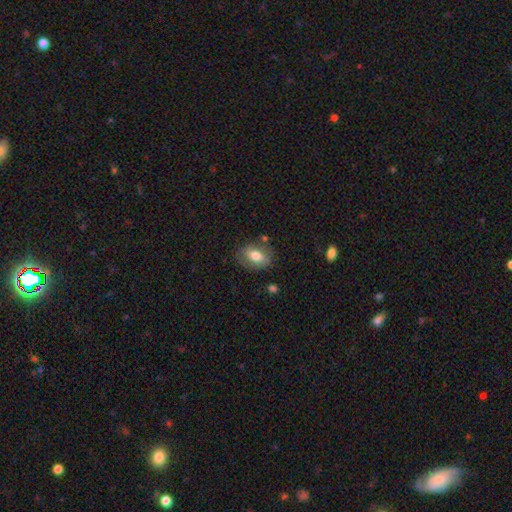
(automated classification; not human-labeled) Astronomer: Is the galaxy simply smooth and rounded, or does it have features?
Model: smooth — 70%.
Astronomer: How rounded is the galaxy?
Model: in between — 82%.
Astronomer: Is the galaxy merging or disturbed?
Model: none — 74%.